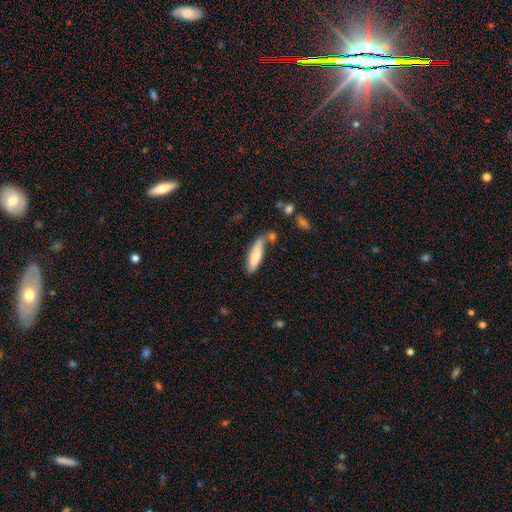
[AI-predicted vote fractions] Smooth or featured? Predicted: smooth (p=0.77). How rounded? Predicted: cigar-shaped (p=0.63). Merging? Predicted: none (p=0.66).